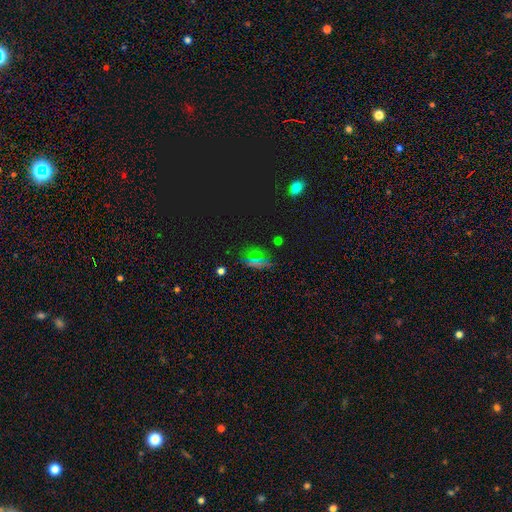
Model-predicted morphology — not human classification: type=star or artifact (50%).